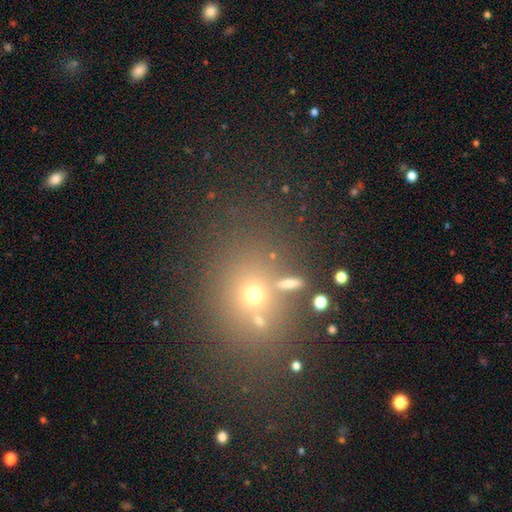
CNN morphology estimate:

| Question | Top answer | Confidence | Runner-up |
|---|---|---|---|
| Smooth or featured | smooth | 48% | star or artifact (37%) |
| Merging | none | 70% | merger (14%) |